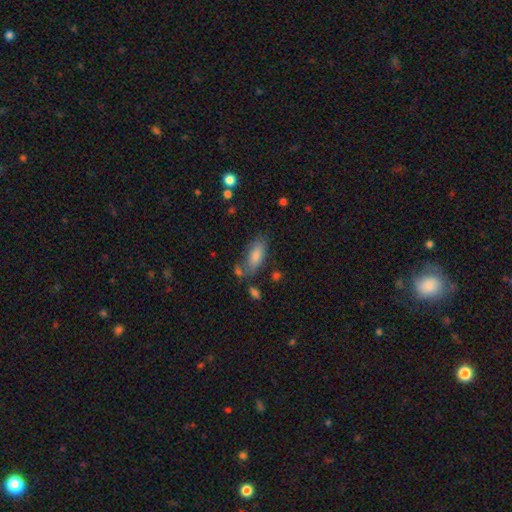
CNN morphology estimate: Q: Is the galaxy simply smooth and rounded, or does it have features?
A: smooth — 76%.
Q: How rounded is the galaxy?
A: in between — 77%.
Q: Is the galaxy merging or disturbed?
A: none — 65%.